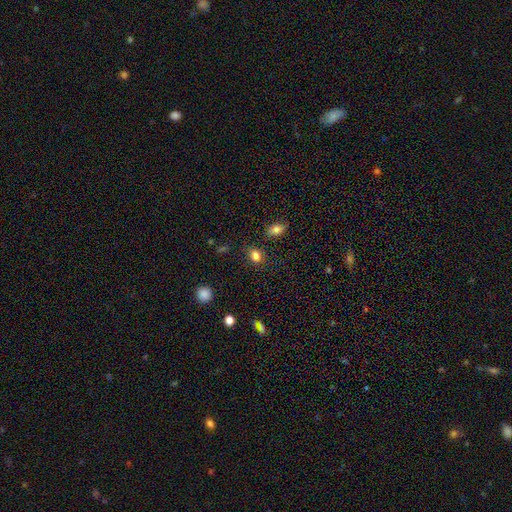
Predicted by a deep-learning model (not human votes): smooth-or-featured: smooth: 82% | star or artifact: 12% | featured or disk: 6%
  how-rounded: in between: 64% | round: 35% | cigar-shaped: 2%
  merging: none: 81% | minor disturbance: 12% | major disturbance: 3% | merger: 3%